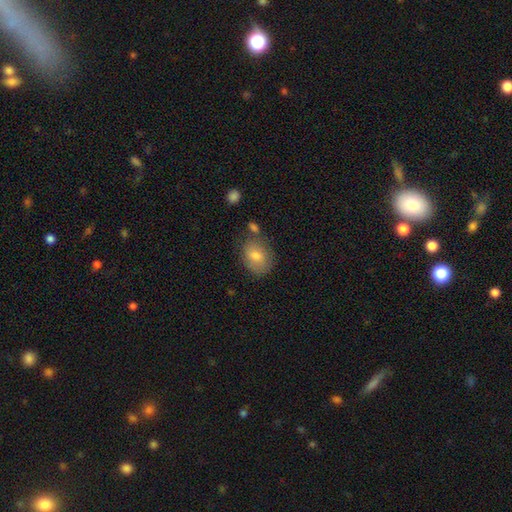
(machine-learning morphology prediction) Smooth or featured? Predicted: smooth (p=0.76). How rounded? Predicted: in between (p=0.63). Merging? Predicted: none (p=0.67).